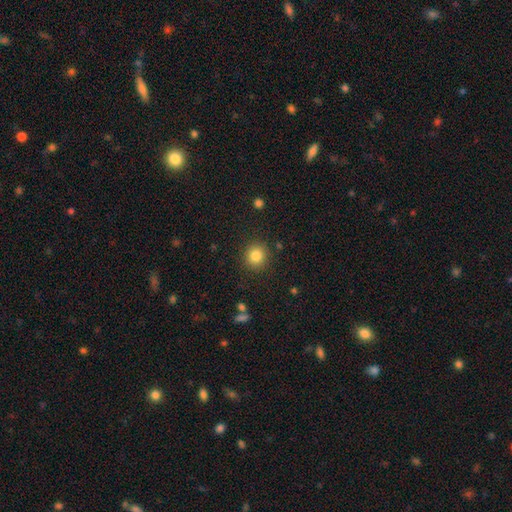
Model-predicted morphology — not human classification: smooth_or_featured: smooth (p=0.84) [alt: star or artifact p=0.11]
how_rounded: round (p=0.89) [alt: in between p=0.10]
merging: none (p=0.89) [alt: minor disturbance p=0.07]